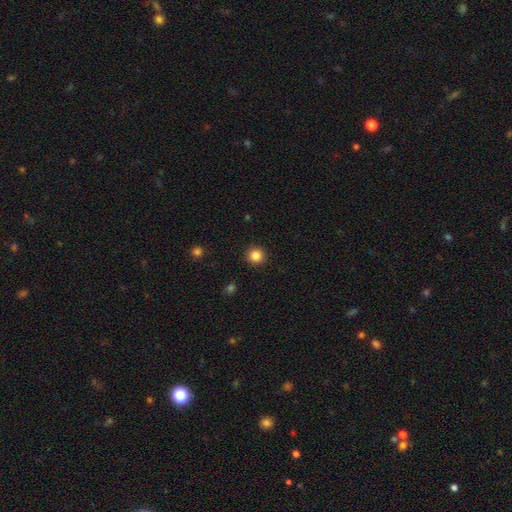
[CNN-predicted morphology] Overall: smooth (85%). How rounded: round (95%). Merging: none (93%).